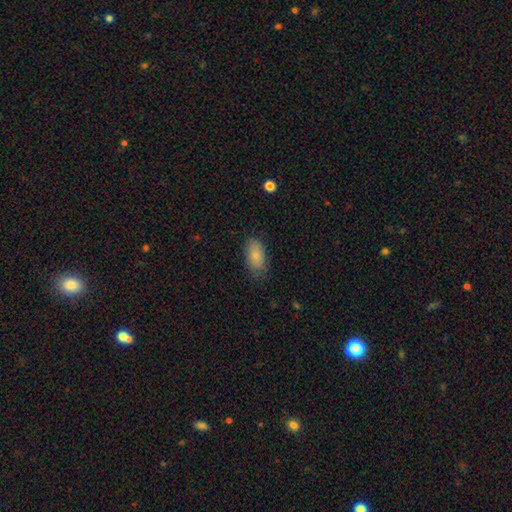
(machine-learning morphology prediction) A smooth galaxy with no disk features (82%) that is in between round and cigar-shaped (92%).

Vote fractions:
- Smooth or featured? smooth: 82% / featured or disk: 11% / star or artifact: 7%
- How rounded? in between: 92% / round: 4% / cigar-shaped: 4%
- Merging? none: 77% / minor disturbance: 18% / major disturbance: 4% / merger: 1%